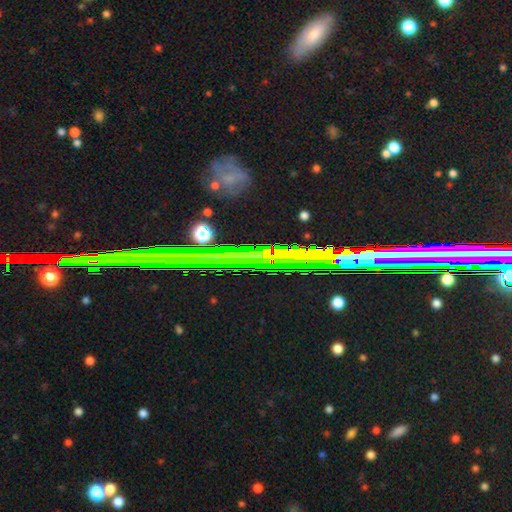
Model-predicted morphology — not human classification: A star or artifact, not a galaxy (57%).

Vote fractions:
- Smooth or featured? star or artifact: 57% / featured or disk: 30% / smooth: 14%